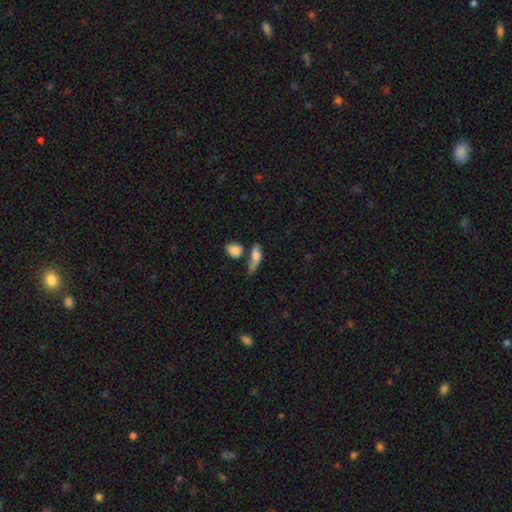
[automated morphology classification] Smooth or featured? Predicted: smooth (p=0.67). How rounded? Predicted: in between (p=0.58). Merging? Predicted: none (p=0.37).